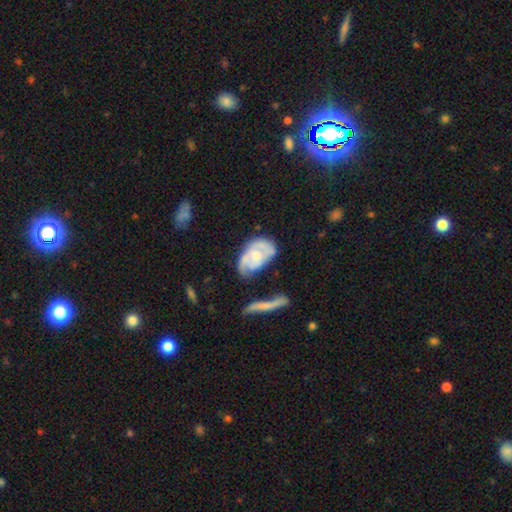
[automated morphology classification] Q: Smooth or featured?
A: featured or disk (62%); runner-up: smooth (32%)
Q: Edge-on disk?
A: no (94%); runner-up: yes (6%)
Q: Bar?
A: no (72%); runner-up: weak (23%)
Q: Spiral arms?
A: yes (67%); runner-up: no (33%)
Q: Bulge size?
A: moderate (49%); runner-up: small (40%)
Q: Merging?
A: none (39%); runner-up: minor disturbance (30%)